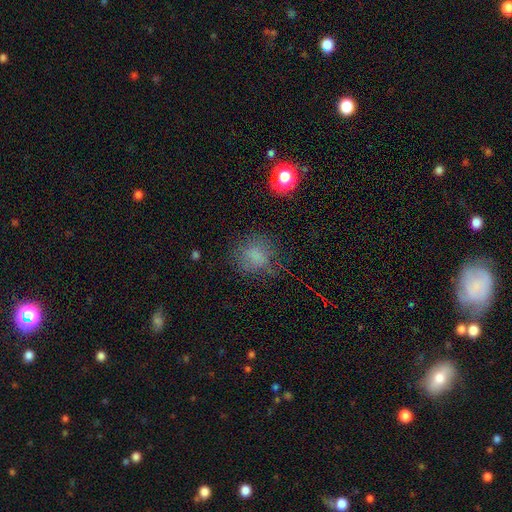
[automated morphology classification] This is likely a smooth galaxy (68%). How rounded: likely round (76%). Merging: likely none (66%).